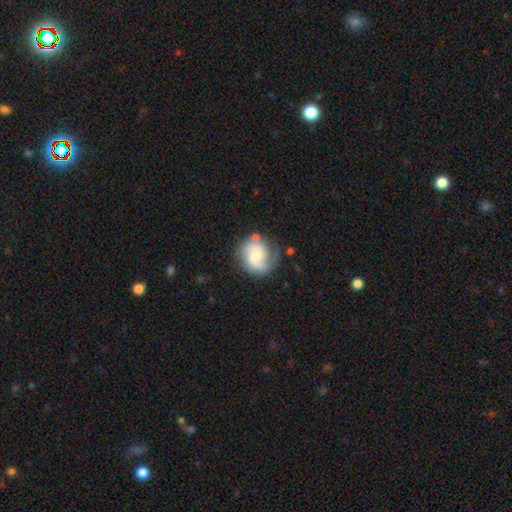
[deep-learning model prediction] A featured or disk galaxy (71%) with no bar (58%), 2 (77%) medium (48%) spiral arms (94%) and a small central bulge (46%). Merging: none (70%).